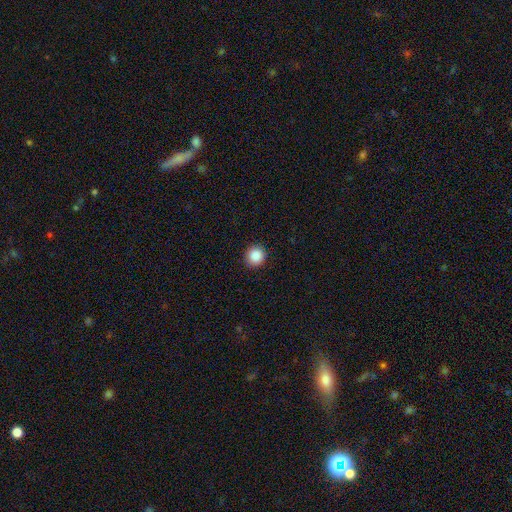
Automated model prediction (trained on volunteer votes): smooth-or-featured: smooth: 88% | star or artifact: 9% | featured or disk: 3%
  how-rounded: round: 91% | in between: 8% | cigar-shaped: 1%
  merging: none: 92% | minor disturbance: 6% | major disturbance: 2% | merger: 1%